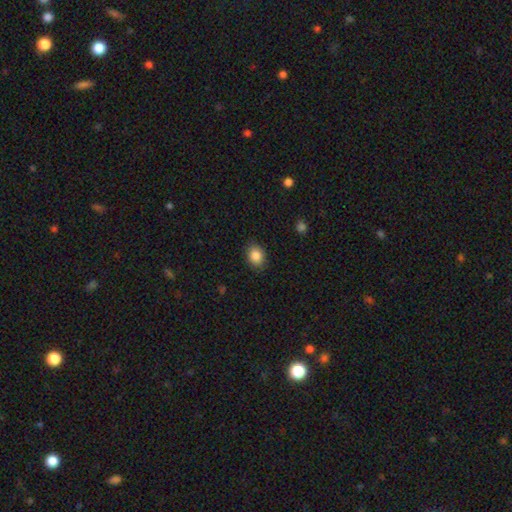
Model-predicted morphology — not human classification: Smooth or featured: smooth — 86% (star or artifact — 9%)
How rounded: in between — 56% (round — 43%)
Merging: none — 87% (minor disturbance — 10%)